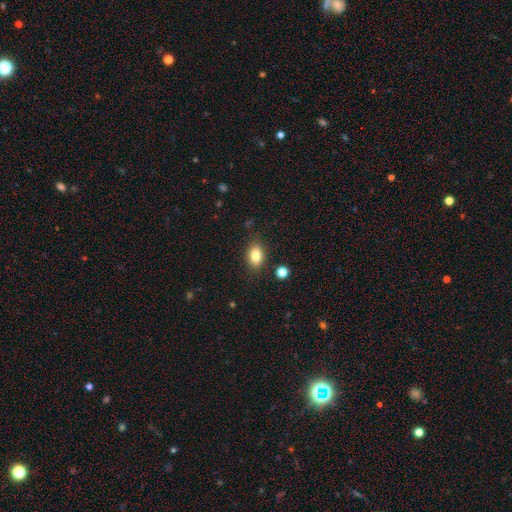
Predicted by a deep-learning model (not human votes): Morphology: type=smooth (82%); roundness=in between (80%); merging=none (85%).